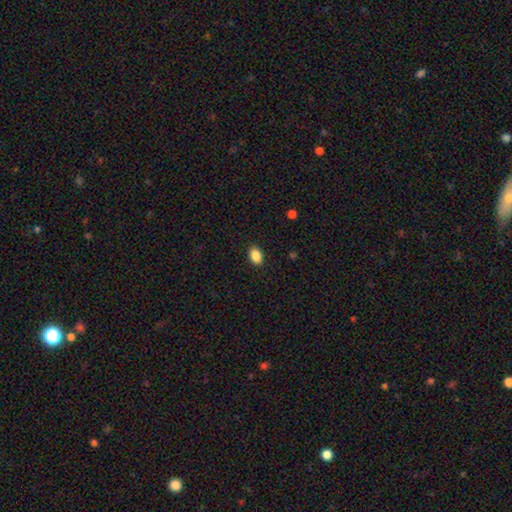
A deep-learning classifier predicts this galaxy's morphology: This is clearly a smooth galaxy (88%). How rounded: clearly in between (86%). Merging: clearly none (89%).